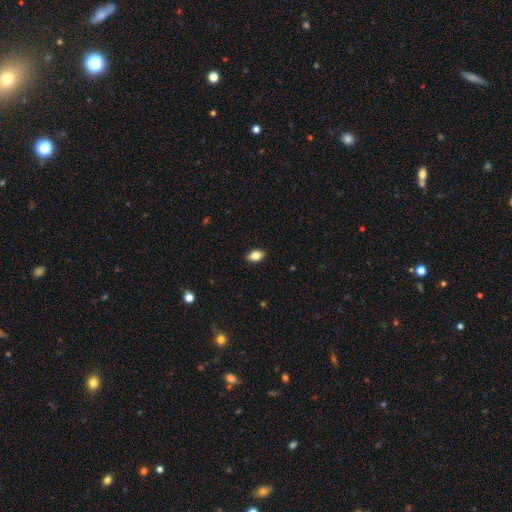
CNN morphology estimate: The model was most divided on "smooth or featured": smooth: 79%, featured or disk: 12%, star or artifact: 8%. More confident: merging — none (88%); how rounded — in between (85%).